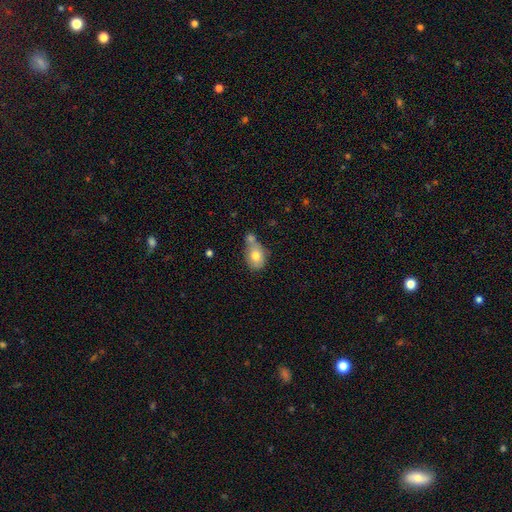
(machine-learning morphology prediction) This appears to be a smooth galaxy with no disk features (75%) that is in between round and cigar-shaped (64%). Merging: merger (42%).